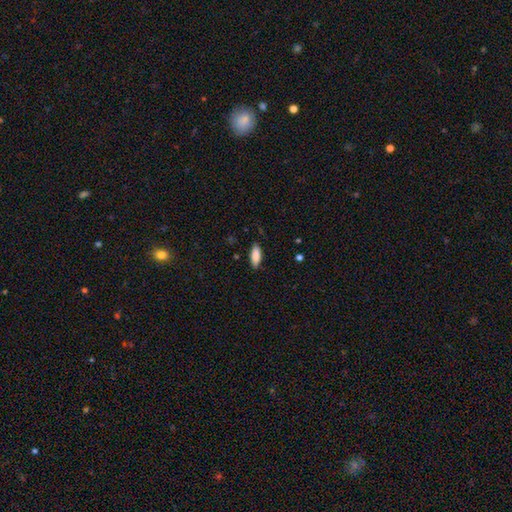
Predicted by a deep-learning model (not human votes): A smooth galaxy with no disk features (87%) that is in between round and cigar-shaped (75%).

Vote fractions:
- Smooth or featured? smooth: 87% / featured or disk: 7% / star or artifact: 6%
- How rounded? in between: 75% / cigar-shaped: 24% / round: 2%
- Merging? none: 85% / minor disturbance: 12% / major disturbance: 2% / merger: 1%